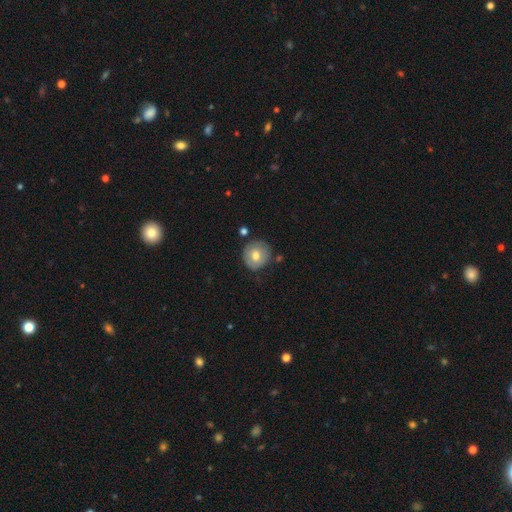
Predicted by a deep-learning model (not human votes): This appears to be a smooth galaxy with no disk features (67%) that is round (89%). Merging: none (76%).